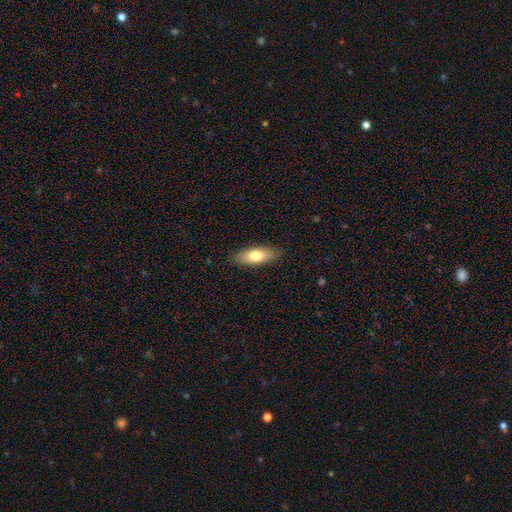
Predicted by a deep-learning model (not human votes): Q: Smooth or featured?
A: smooth (72%); runner-up: featured or disk (21%)
Q: How rounded?
A: in between (71%); runner-up: cigar-shaped (26%)
Q: Merging?
A: none (88%); runner-up: minor disturbance (9%)